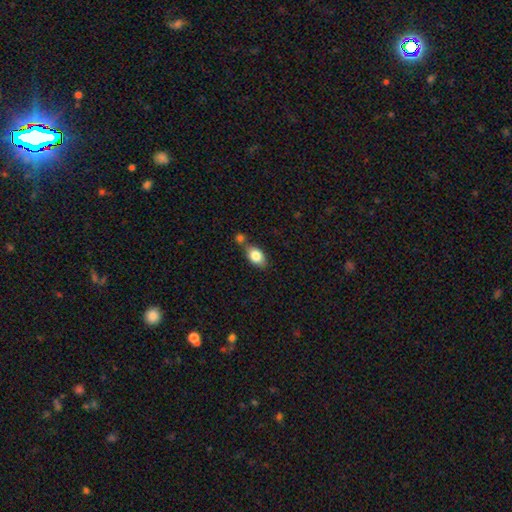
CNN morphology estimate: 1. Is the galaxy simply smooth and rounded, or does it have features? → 82% smooth, 10% featured or disk, 7% star or artifact.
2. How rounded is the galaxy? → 86% in between, 12% round, 2% cigar-shaped.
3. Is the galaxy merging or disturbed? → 59% none, 23% merger, 14% minor disturbance, 4% major disturbance.